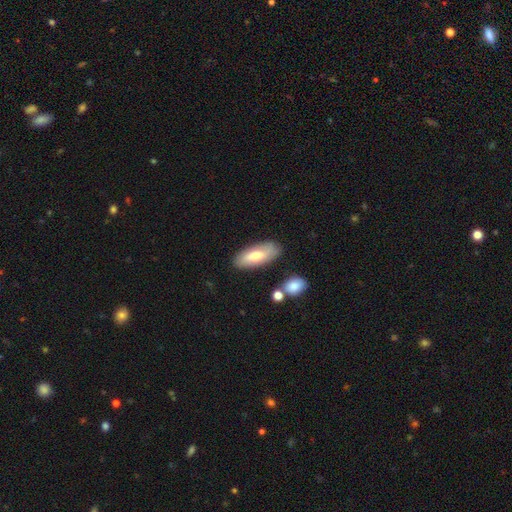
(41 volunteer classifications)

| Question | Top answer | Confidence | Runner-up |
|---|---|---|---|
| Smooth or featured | smooth | 61% | featured or disk (37%) |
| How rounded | in between | 88% | cigar-shaped (12%) |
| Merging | none | 72% | minor disturbance (22%) |